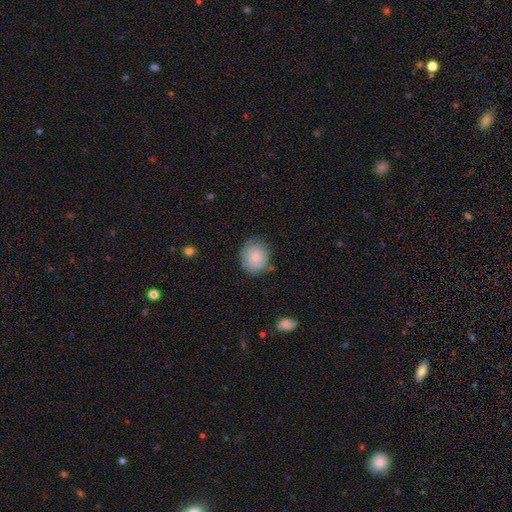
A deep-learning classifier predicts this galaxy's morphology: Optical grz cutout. It shows a smooth galaxy with no disk features (69%) that is round (71%). Merging: none (74%).